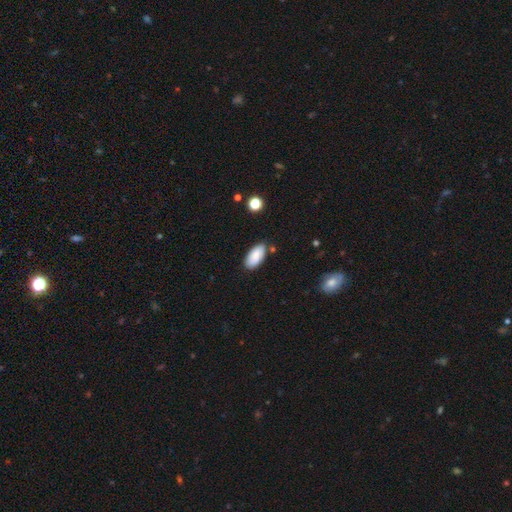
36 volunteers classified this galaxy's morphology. A smooth galaxy with no disk features (86%) that is in between round and cigar-shaped (100%).

Vote fractions:
- Smooth or featured? smooth: 86% / featured or disk: 8% / star or artifact: 6%
- How rounded? in between: 100% / round: 0% / cigar-shaped: 0%
- Merging? none: 71% / minor disturbance: 26% / major disturbance: 3% / merger: 0%